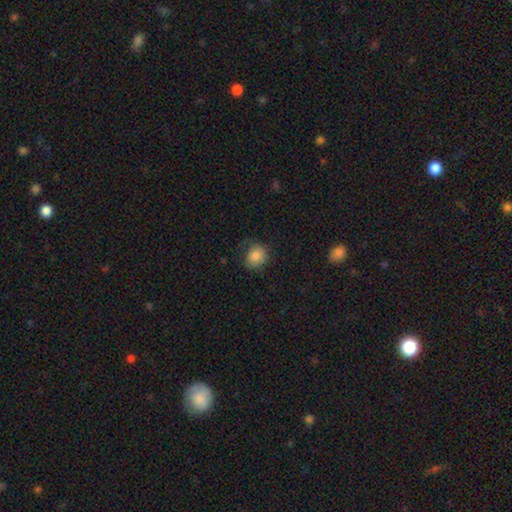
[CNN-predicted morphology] A smooth galaxy with no disk features (84%) that is round (68%).

Vote fractions:
- Smooth or featured? smooth: 84% / star or artifact: 10% / featured or disk: 7%
- How rounded? round: 68% / in between: 32% / cigar-shaped: 1%
- Merging? none: 67% / minor disturbance: 24% / major disturbance: 8% / merger: 1%